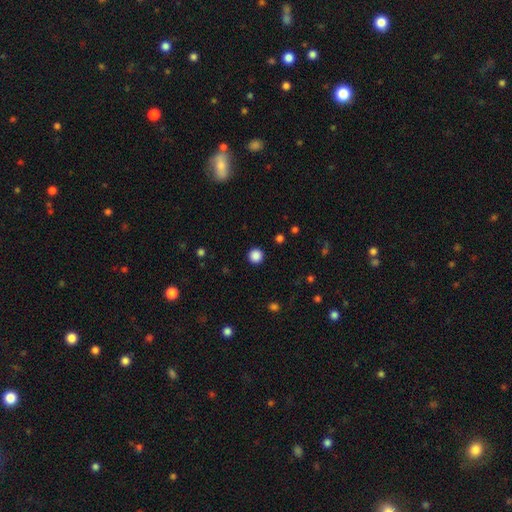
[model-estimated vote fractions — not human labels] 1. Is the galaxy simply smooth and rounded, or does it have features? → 87% smooth, 11% star or artifact, 2% featured or disk.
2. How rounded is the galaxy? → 95% round, 4% in between, 1% cigar-shaped.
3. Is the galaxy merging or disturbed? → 93% none, 4% minor disturbance, 2% major disturbance, 1% merger.